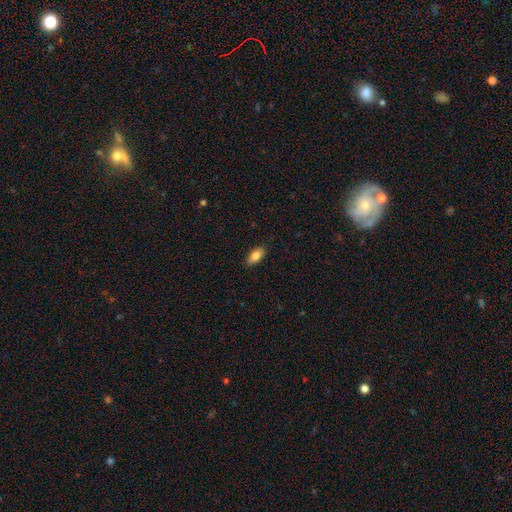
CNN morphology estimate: A smooth galaxy with no disk features (84%) that is in between round and cigar-shaped (88%).

Vote fractions:
- Smooth or featured? smooth: 84% / featured or disk: 10% / star or artifact: 7%
- How rounded? in between: 88% / cigar-shaped: 9% / round: 3%
- Merging? none: 89% / minor disturbance: 9% / major disturbance: 2% / merger: 1%